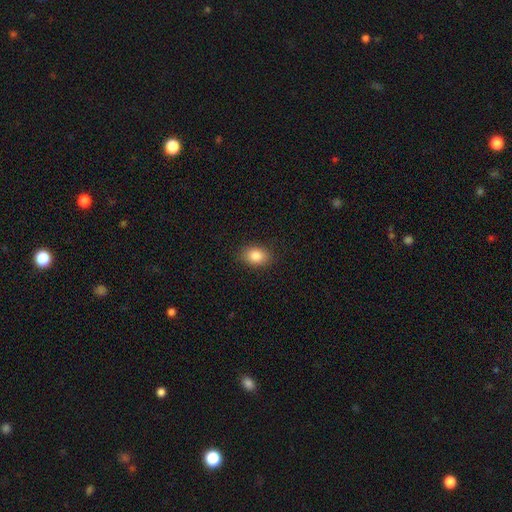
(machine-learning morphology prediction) A smooth galaxy with no disk features (85%) that is in between round and cigar-shaped (78%). Merging: none (88%).